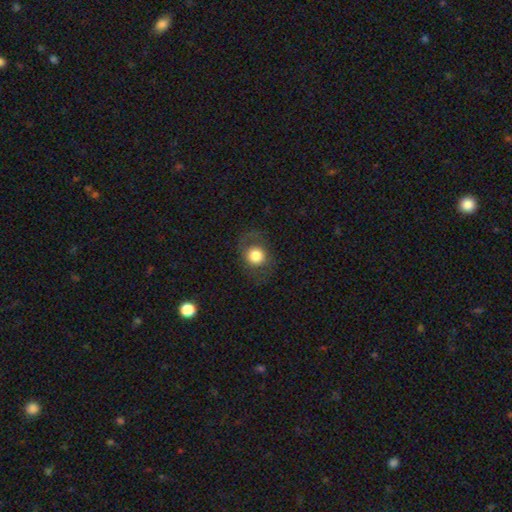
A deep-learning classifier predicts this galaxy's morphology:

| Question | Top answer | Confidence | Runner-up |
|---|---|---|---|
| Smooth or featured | smooth | 73% | featured or disk (18%) |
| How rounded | round | 80% | in between (19%) |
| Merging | none | 75% | minor disturbance (14%) |